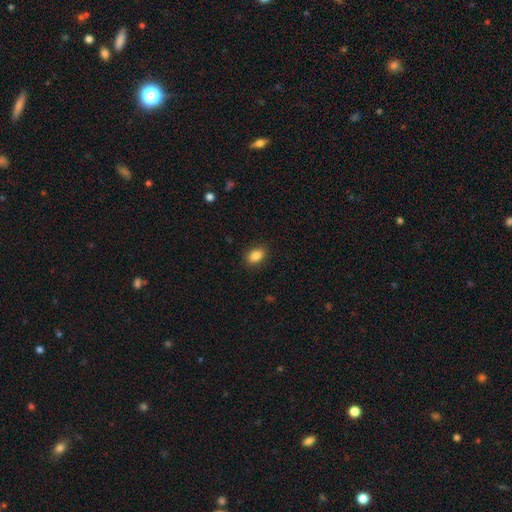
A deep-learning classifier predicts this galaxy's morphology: A smooth galaxy with no disk features (87%) that is in between round and cigar-shaped (82%). Merging: none (89%).